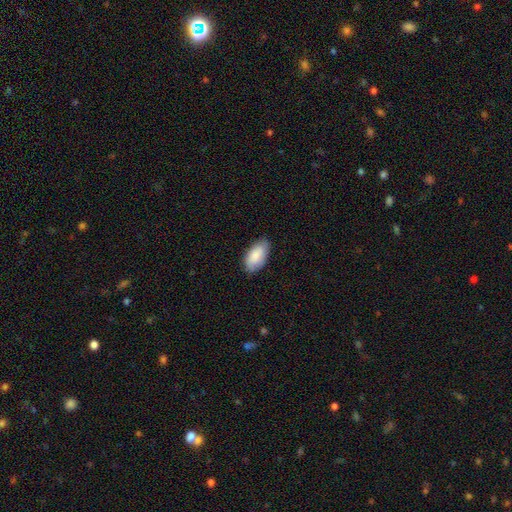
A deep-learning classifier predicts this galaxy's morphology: Overall: smooth (83%). How rounded: in between (95%). Merging: none (80%).